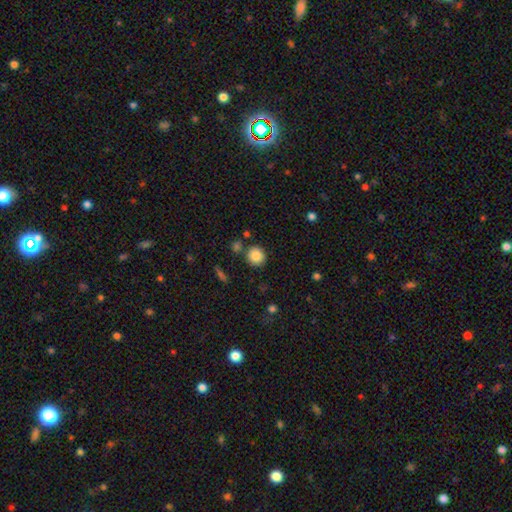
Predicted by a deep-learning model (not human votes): smooth 86%, star or artifact 9%, featured or disk 5%. Down the decision tree: how rounded — round (91%); merging — none (82%).